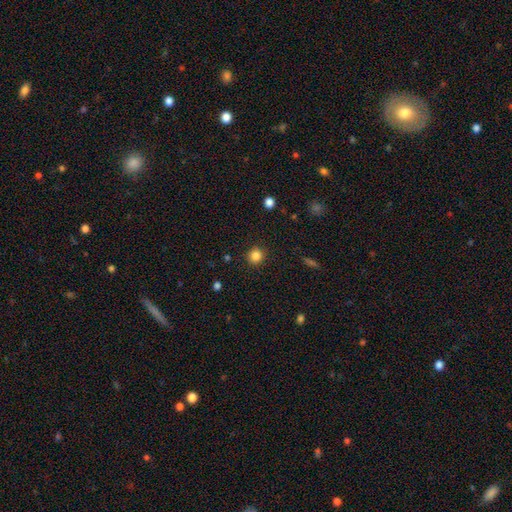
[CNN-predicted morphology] smooth-or-featured: smooth: 84% | star or artifact: 11% | featured or disk: 4%
  how-rounded: round: 91% | in between: 9% | cigar-shaped: 1%
  merging: none: 90% | minor disturbance: 6% | major disturbance: 2% | merger: 1%